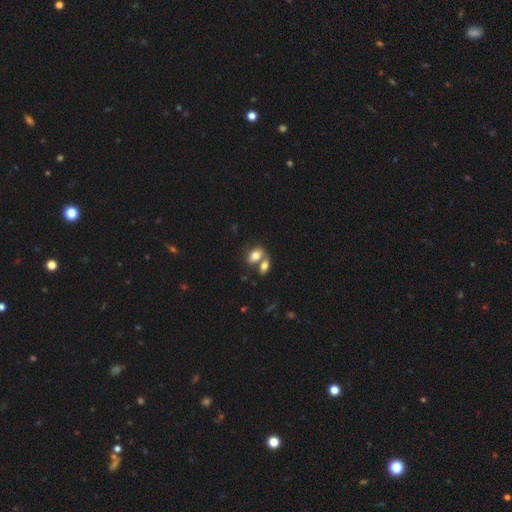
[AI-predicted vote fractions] smooth-or-featured: smooth: 78% | featured or disk: 14% | star or artifact: 8%
  how-rounded: in between: 83% | round: 15% | cigar-shaped: 2%
  merging: merger: 56% | none: 32% | minor disturbance: 8% | major disturbance: 3%